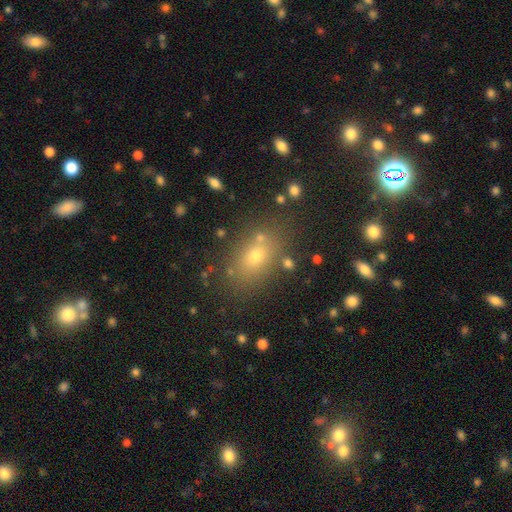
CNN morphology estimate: Smooth or featured?
  - smooth: 67% *
  - star or artifact: 18%
  - featured or disk: 15%
How rounded?
  - in between: 73% *
  - round: 24%
  - cigar-shaped: 3%
Merging?
  - none: 76% *
  - minor disturbance: 12%
  - merger: 8%
  - major disturbance: 5%